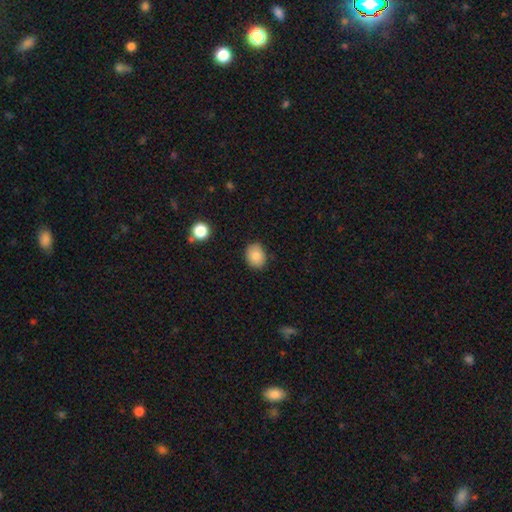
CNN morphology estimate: Smooth or featured? smooth (83%)
How rounded? in between (50%)
Merging? none (85%)